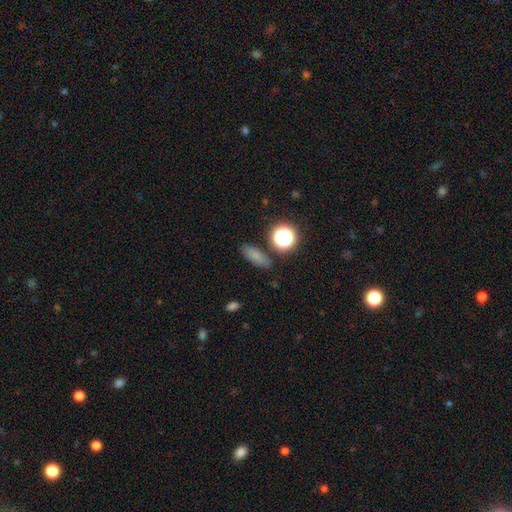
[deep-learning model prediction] A smooth galaxy with no disk features (72%) that is in between round and cigar-shaped (63%).

Vote fractions:
- Smooth or featured? smooth: 72% / star or artifact: 17% / featured or disk: 11%
- How rounded? in between: 63% / cigar-shaped: 22% / round: 16%
- Merging? none: 81% / minor disturbance: 12% / merger: 4% / major disturbance: 3%